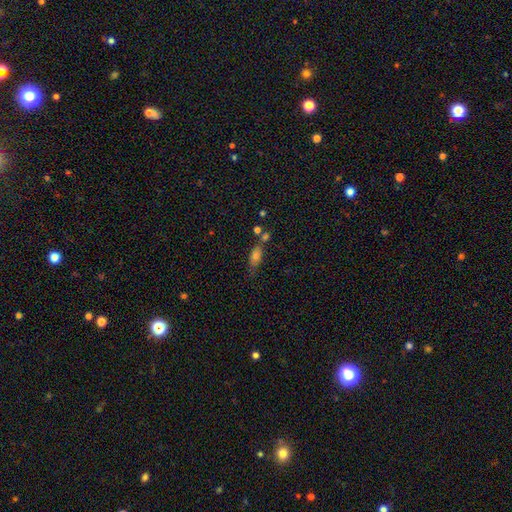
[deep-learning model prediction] This is likely a smooth galaxy (69%). How rounded: likely in between (73%). Merging: possibly none (53%).